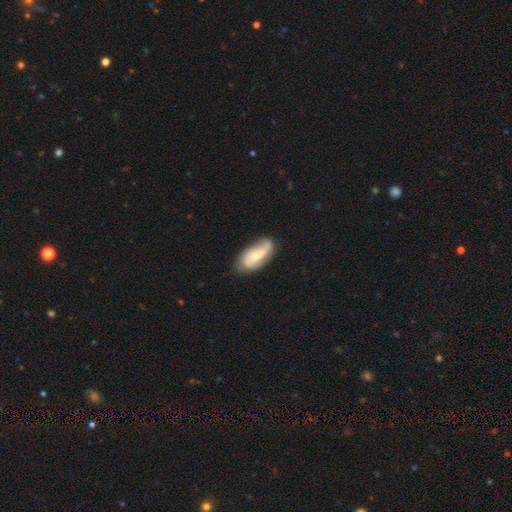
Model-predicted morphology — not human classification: Smooth or featured?
  - featured or disk: 67% *
  - smooth: 27%
  - star or artifact: 6%
Edge-on disk?
  - no: 94% *
  - yes: 6%
Bar?
  - no: 57% *
  - weak: 34%
  - strong: 8%
Spiral arms?
  - yes: 92% *
  - no: 8%
Spiral winding?
  - medium: 40% *
  - loose: 39%
  - tight: 21%
Spiral arm count?
  - 2: 75% *
  - can't tell: 11%
  - 1: 5%
  - 3: 5%
  - 4: 2%
  - more than 4: 1%
Bulge size?
  - small: 48% *
  - moderate: 46%
  - large: 3%
  - none: 2%
  - dominant: 1%
Merging?
  - none: 73% *
  - minor disturbance: 20%
  - major disturbance: 5%
  - merger: 2%